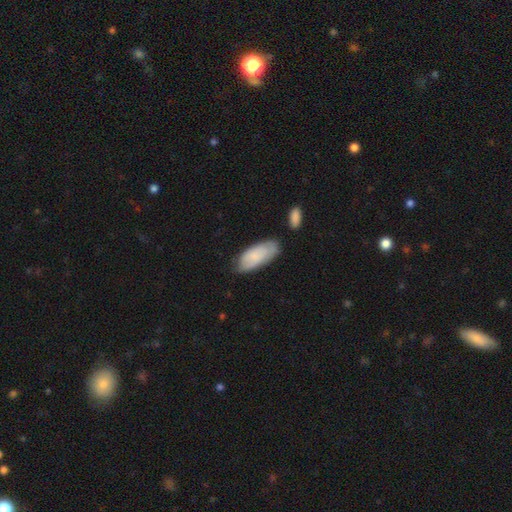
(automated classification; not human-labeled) A smooth galaxy with no disk features (74%) that is in between round and cigar-shaped (83%). Merging: none (66%).